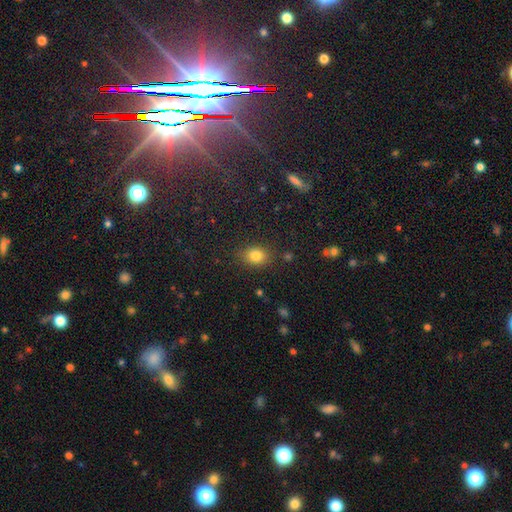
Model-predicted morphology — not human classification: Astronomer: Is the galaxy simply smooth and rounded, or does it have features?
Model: smooth — 81%.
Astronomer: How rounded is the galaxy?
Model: in between — 57% (runner-up: round, 42%).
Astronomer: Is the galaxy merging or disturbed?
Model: none — 80%.